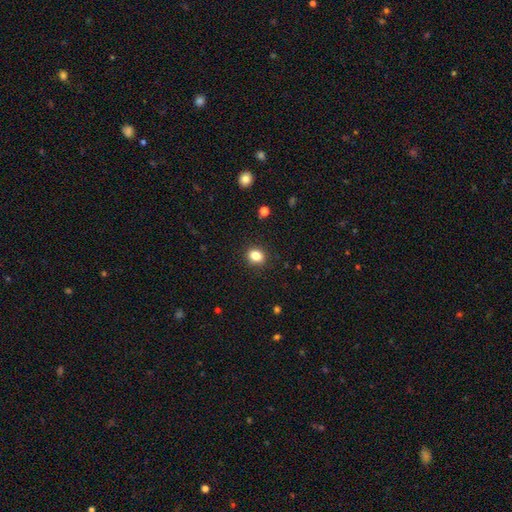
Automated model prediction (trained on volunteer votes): This is clearly a smooth galaxy (84%). How rounded: possibly round (54%). Merging: clearly none (89%).